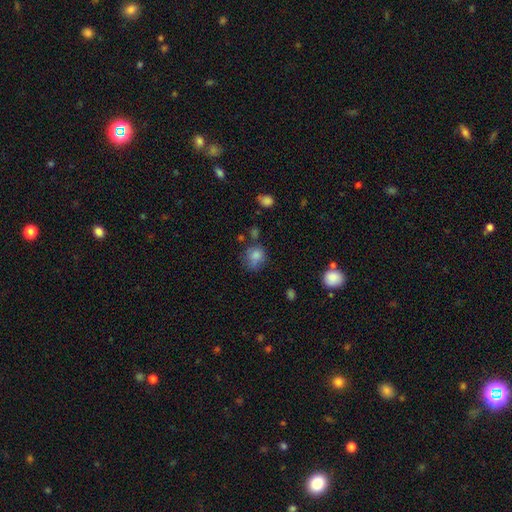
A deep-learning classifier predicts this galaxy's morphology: The model was most divided on "merging": none: 54%, minor disturbance: 26%, major disturbance: 13%, merger: 8%. More confident: smooth or featured — smooth (78%); how rounded — round (73%).